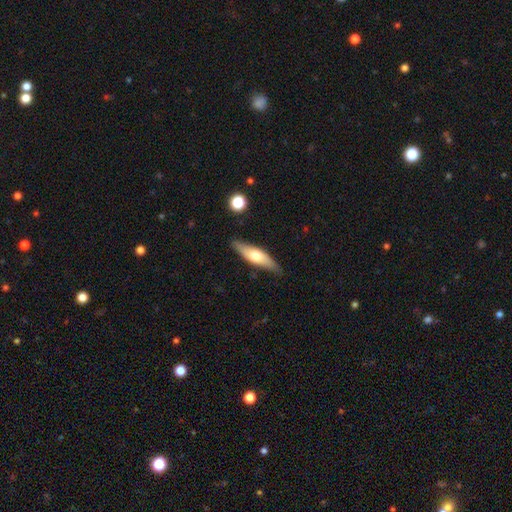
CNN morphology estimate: This appears to be a smooth galaxy with no disk features (49%). Merging: none (83%).